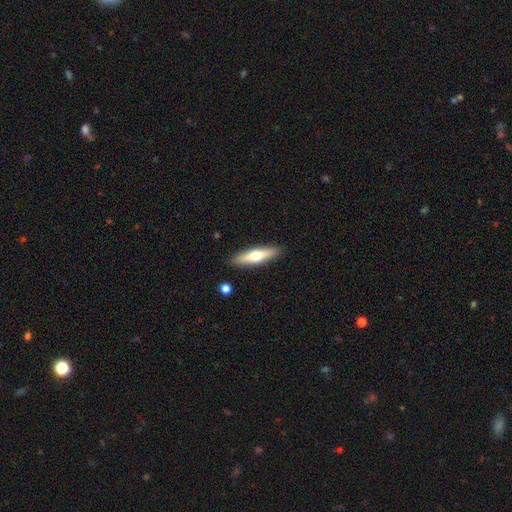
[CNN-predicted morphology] A smooth galaxy with no disk features (47%, tied with featured or disk). Merging: none (90%).